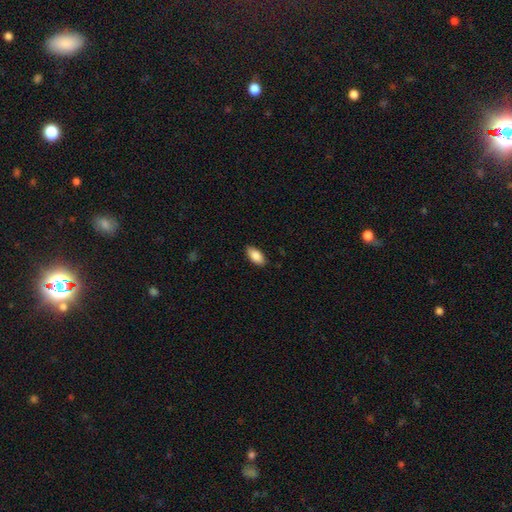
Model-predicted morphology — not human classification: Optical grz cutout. It shows a smooth galaxy with no disk features (88%) that is in between round and cigar-shaped (93%). Merging: none (88%).